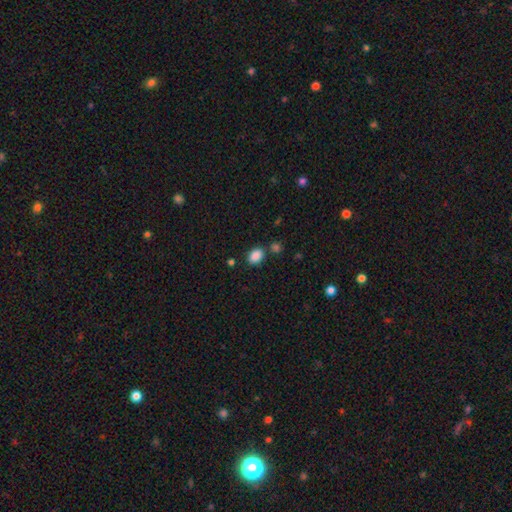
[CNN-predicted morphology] smooth 87%, star or artifact 9%, featured or disk 4%. Down the decision tree: how rounded — in between (77%); merging — none (74%).